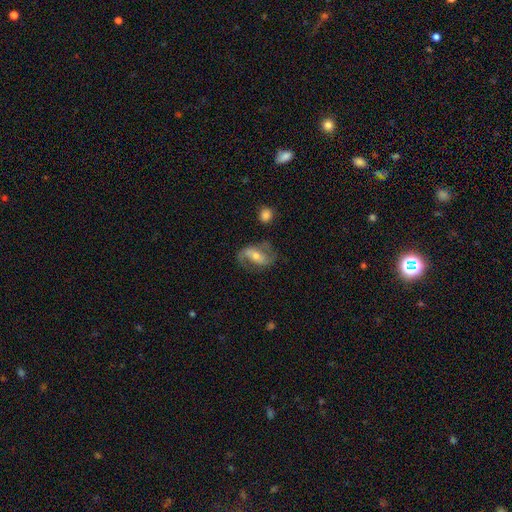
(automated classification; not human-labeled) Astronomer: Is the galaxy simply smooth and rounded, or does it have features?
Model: featured or disk — 76%.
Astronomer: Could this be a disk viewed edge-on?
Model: no — 95%.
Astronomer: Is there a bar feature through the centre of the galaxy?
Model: strong — 41% (runner-up: weak, 34%).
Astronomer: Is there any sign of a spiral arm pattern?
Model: yes — 90%.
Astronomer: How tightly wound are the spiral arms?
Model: medium — 42% (runner-up: loose, 40%).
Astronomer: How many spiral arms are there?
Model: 2 — 85%.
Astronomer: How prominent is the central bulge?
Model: moderate — 49% (runner-up: small, 44%).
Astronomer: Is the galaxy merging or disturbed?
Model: none — 67%.